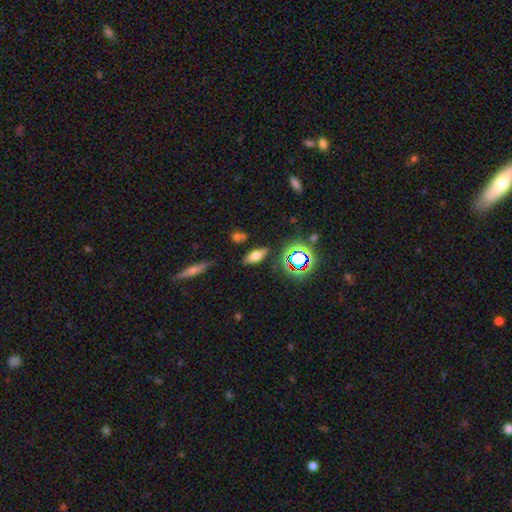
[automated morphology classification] A smooth galaxy with no disk features (57%) that is in between round and cigar-shaped (66%).

Vote fractions:
- Smooth or featured? smooth: 57% / featured or disk: 26% / star or artifact: 17%
- How rounded? in between: 66% / cigar-shaped: 28% / round: 7%
- Merging? none: 80% / minor disturbance: 12% / merger: 4% / major disturbance: 3%